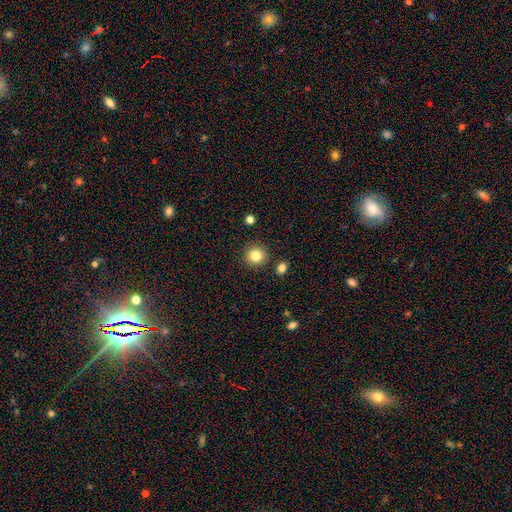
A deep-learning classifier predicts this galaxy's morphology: A smooth galaxy with no disk features (84%) that is round (91%). Merging: none (88%).